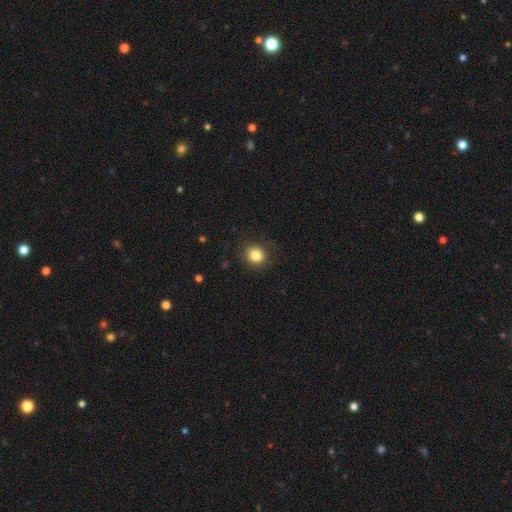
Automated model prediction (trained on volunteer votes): Smooth or featured: smooth — 83% (star or artifact — 11%)
How rounded: round — 83% (in between — 16%)
Merging: none — 88% (minor disturbance — 8%)